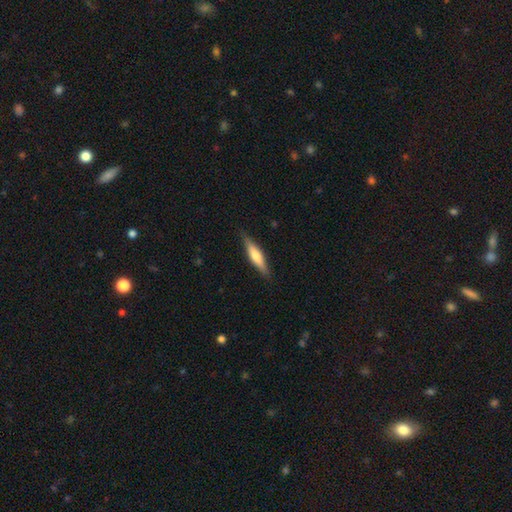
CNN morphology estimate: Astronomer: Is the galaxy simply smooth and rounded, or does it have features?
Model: smooth — 51% (runner-up: featured or disk, 43%).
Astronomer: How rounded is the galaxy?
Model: cigar-shaped — 80%.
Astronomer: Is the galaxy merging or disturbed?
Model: none — 87%.